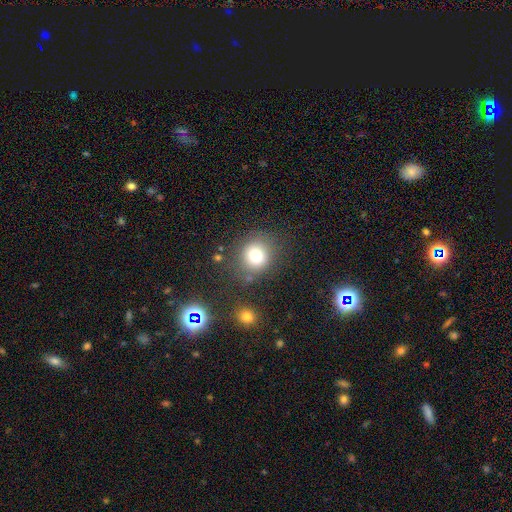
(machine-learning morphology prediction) smooth 77%, star or artifact 14%, featured or disk 10%. Down the decision tree: how rounded — round (84%); merging — none (79%).